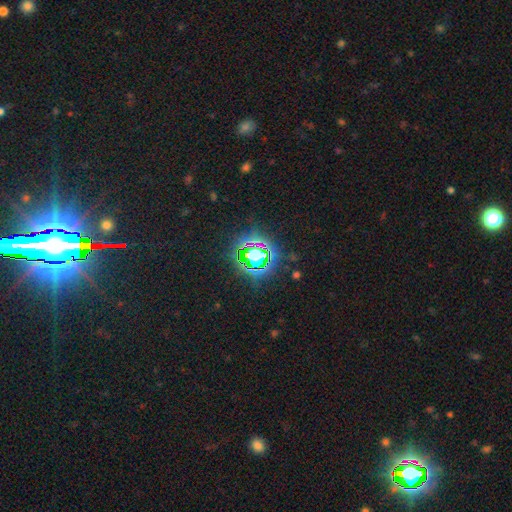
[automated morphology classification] Q: Smooth or featured?
A: star or artifact (69%); runner-up: smooth (19%)